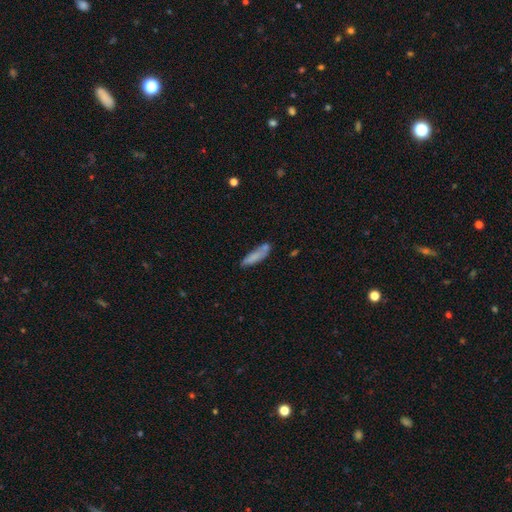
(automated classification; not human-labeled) Smooth or featured? smooth (76%)
How rounded? cigar-shaped (67%)
Merging? none (61%)